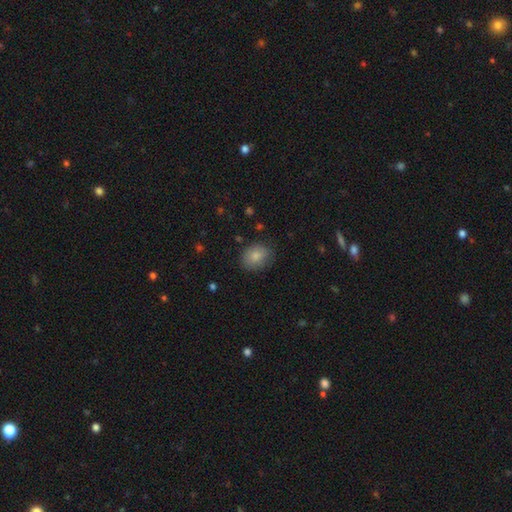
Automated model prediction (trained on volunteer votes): smooth_or_featured: smooth (p=0.83) [alt: star or artifact p=0.09]
how_rounded: round (p=0.51) [alt: in between p=0.48]
merging: none (p=0.79) [alt: minor disturbance p=0.16]